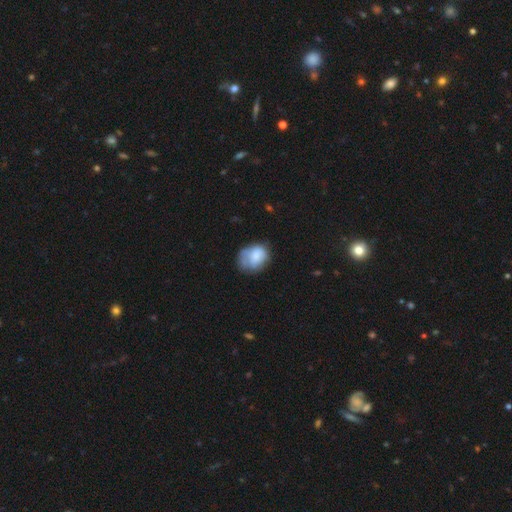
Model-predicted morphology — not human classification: A smooth galaxy with no disk features (72%) that is in between round and cigar-shaped (57%). Merging: none (48%).